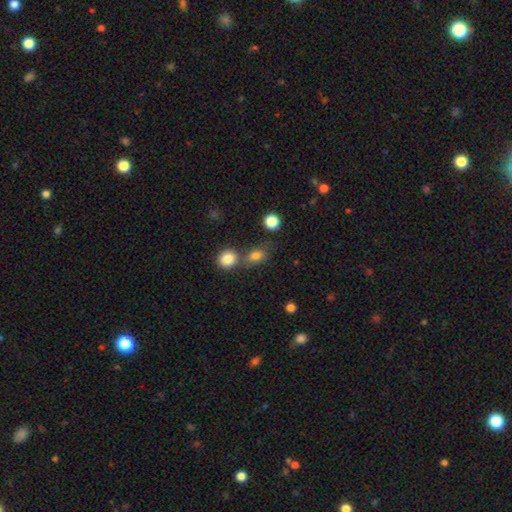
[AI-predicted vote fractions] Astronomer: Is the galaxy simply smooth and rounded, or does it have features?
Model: smooth — 80%.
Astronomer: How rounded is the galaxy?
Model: in between — 67%.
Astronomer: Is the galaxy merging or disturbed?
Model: none — 56%.